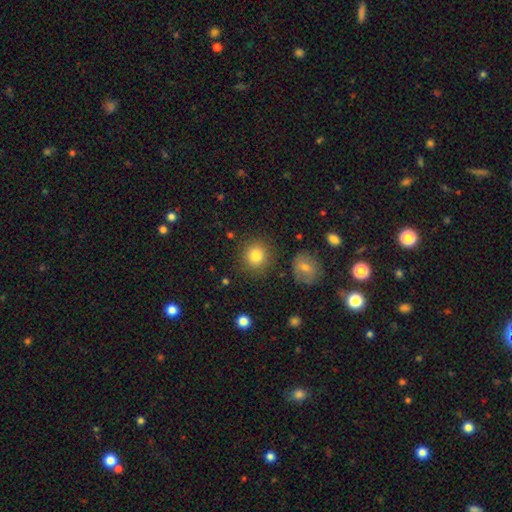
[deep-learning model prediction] Smooth or featured?
  - smooth: 82% *
  - star or artifact: 11%
  - featured or disk: 7%
How rounded?
  - round: 88% *
  - in between: 11%
  - cigar-shaped: 1%
Merging?
  - none: 85% *
  - minor disturbance: 8%
  - merger: 4%
  - major disturbance: 3%